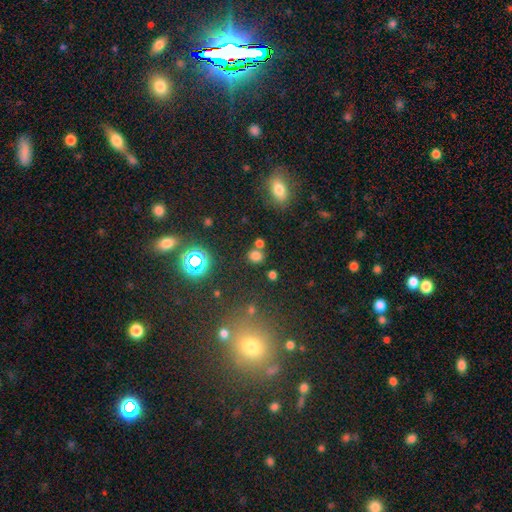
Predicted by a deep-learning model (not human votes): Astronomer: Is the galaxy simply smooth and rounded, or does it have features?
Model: smooth — 68%.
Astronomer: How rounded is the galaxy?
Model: round — 66%.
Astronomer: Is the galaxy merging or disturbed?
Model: none — 68%.